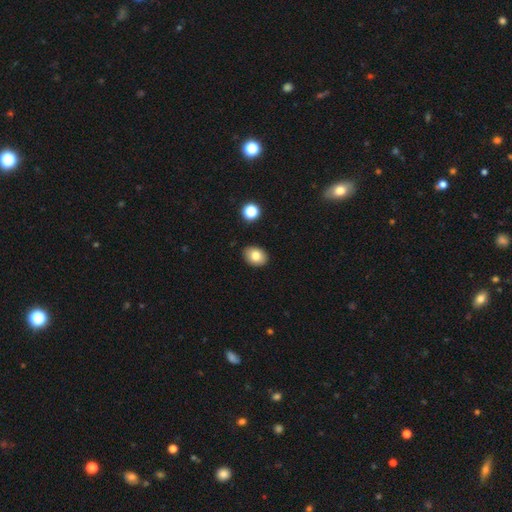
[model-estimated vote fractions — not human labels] A smooth galaxy with no disk features (81%) that is in between round and cigar-shaped (68%).

Vote fractions:
- Smooth or featured? smooth: 81% / featured or disk: 10% / star or artifact: 9%
- How rounded? in between: 68% / round: 31% / cigar-shaped: 1%
- Merging? none: 88% / minor disturbance: 8% / major disturbance: 2% / merger: 2%